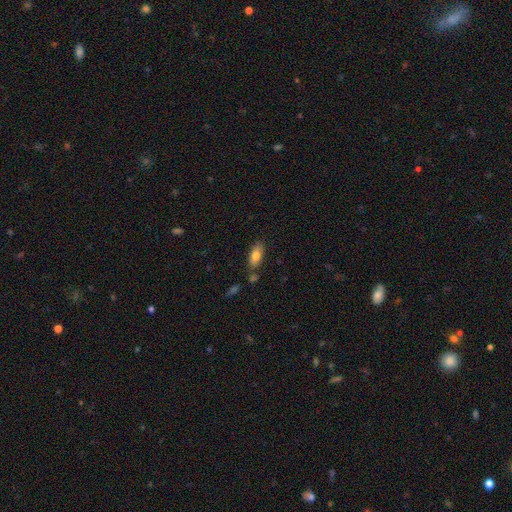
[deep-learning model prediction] Smooth or featured?
  - smooth: 78% *
  - featured or disk: 14%
  - star or artifact: 7%
How rounded?
  - in between: 82% *
  - cigar-shaped: 15%
  - round: 3%
Merging?
  - none: 74% *
  - minor disturbance: 14%
  - merger: 9%
  - major disturbance: 3%